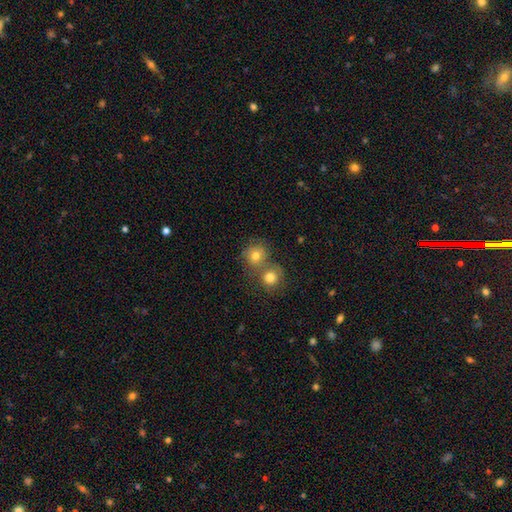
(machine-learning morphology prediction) The model was most divided on "merging": merger: 45%, none: 44%, minor disturbance: 8%, major disturbance: 3%. More confident: how rounded — round (84%); smooth or featured — smooth (77%).